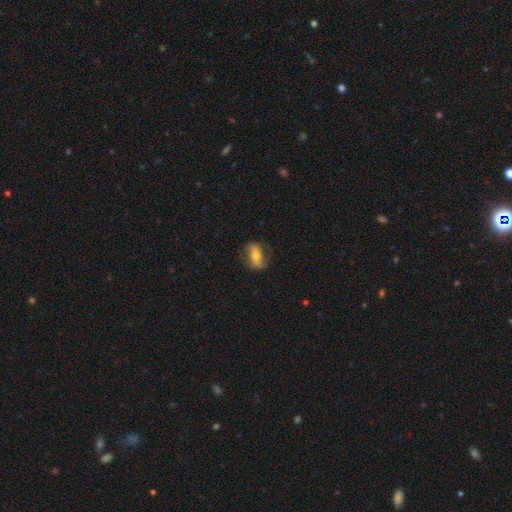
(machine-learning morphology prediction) A featured or disk galaxy (51%).

Vote fractions:
- Smooth or featured? featured or disk: 51% / smooth: 41% / star or artifact: 8%
- Edge-on disk? no: 83% / yes: 17%
- Merging? none: 74% / minor disturbance: 17% / major disturbance: 7% / merger: 1%